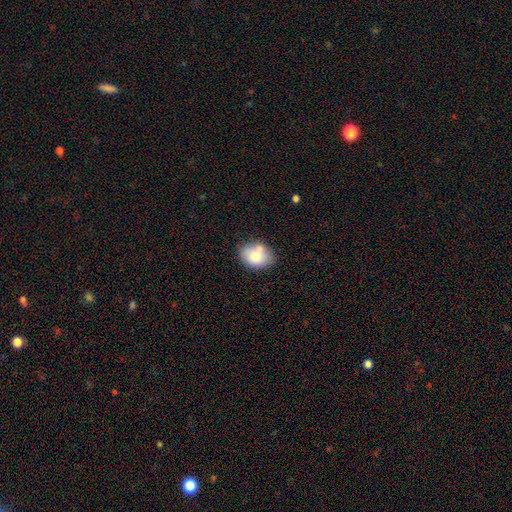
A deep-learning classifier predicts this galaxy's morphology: smooth-or-featured: smooth: 81% | featured or disk: 12% | star or artifact: 8%
  how-rounded: in between: 73% | round: 25% | cigar-shaped: 1%
  merging: none: 64% | minor disturbance: 20% | merger: 12% | major disturbance: 5%